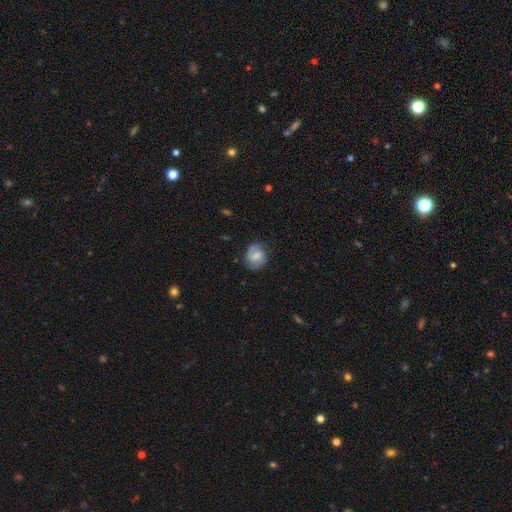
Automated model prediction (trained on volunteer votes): A smooth galaxy with no disk features (61%) that is round (64%). Merging: none (73%).